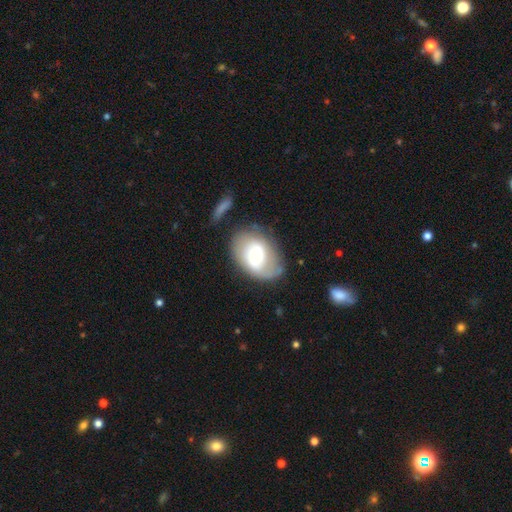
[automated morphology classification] The model was most divided on "smooth or featured": featured or disk: 47%, smooth: 46%, star or artifact: 7%. More confident: merging — none (63%).